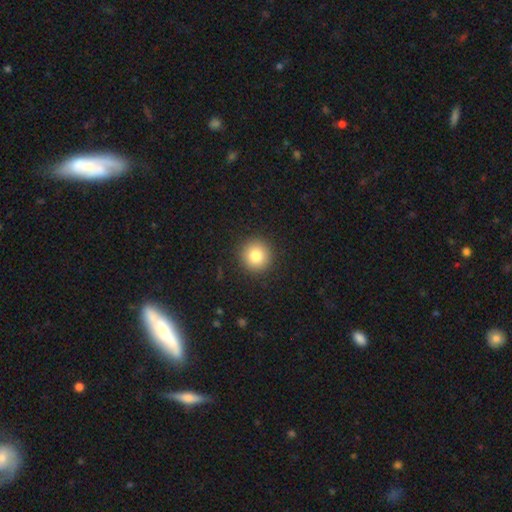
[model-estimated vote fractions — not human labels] smooth-or-featured: smooth: 82% | star or artifact: 10% | featured or disk: 8%
  how-rounded: round: 94% | in between: 5% | cigar-shaped: 1%
  merging: none: 92% | minor disturbance: 5% | major disturbance: 2% | merger: 1%